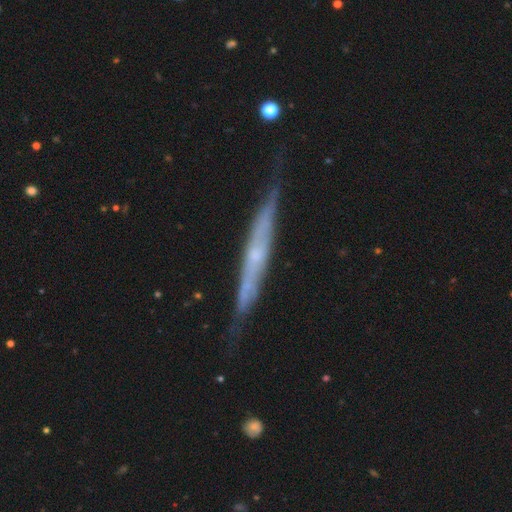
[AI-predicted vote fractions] Smooth or featured? Predicted: featured or disk (p=0.73). Edge-on disk? Predicted: yes (p=0.86). Edge-on bulge? Predicted: none (p=0.55). Merging? Predicted: none (p=0.76).